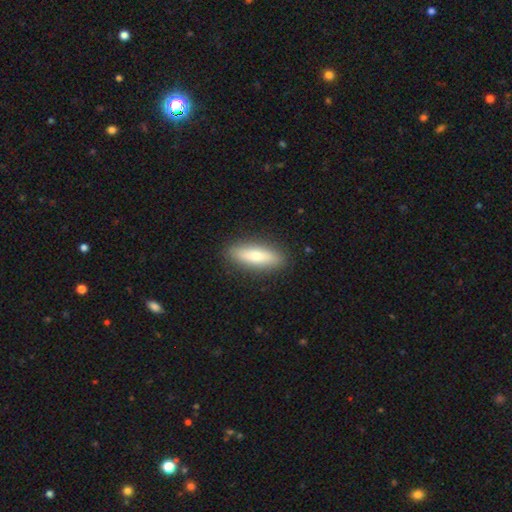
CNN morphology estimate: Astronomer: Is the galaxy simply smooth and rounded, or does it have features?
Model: smooth — 74%.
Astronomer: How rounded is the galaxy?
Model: cigar-shaped — 54% (runner-up: in between, 44%).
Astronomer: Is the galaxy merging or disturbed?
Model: none — 89%.